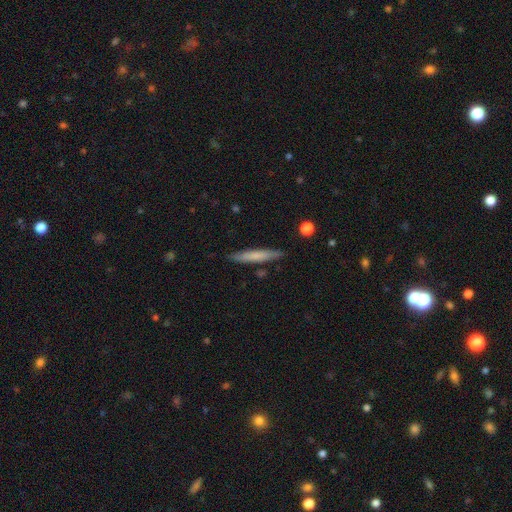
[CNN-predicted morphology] Smooth or featured? Predicted: smooth (p=0.65). How rounded? Predicted: cigar-shaped (p=0.94). Merging? Predicted: none (p=0.87).